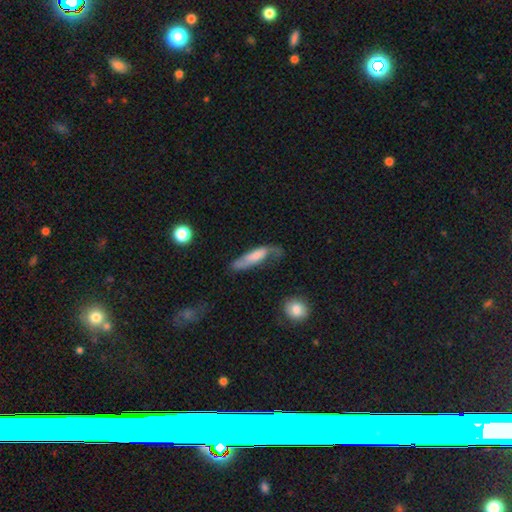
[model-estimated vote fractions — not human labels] smooth-or-featured: smooth: 47% | featured or disk: 46% | star or artifact: 7%
  merging: none: 45% | minor disturbance: 29% | major disturbance: 22% | merger: 4%